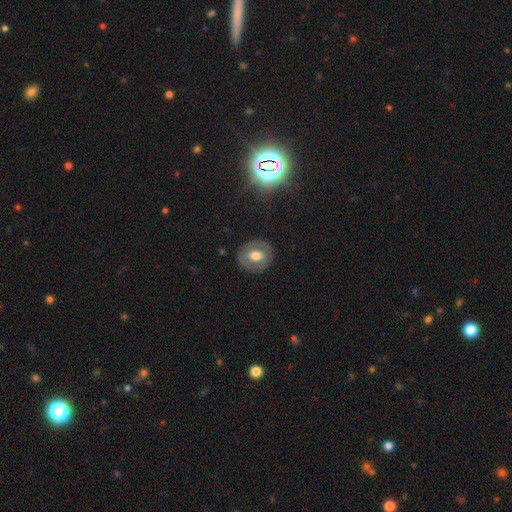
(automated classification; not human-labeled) Smooth or featured? smooth (53%)
How rounded? round (70%)
Merging? none (85%)